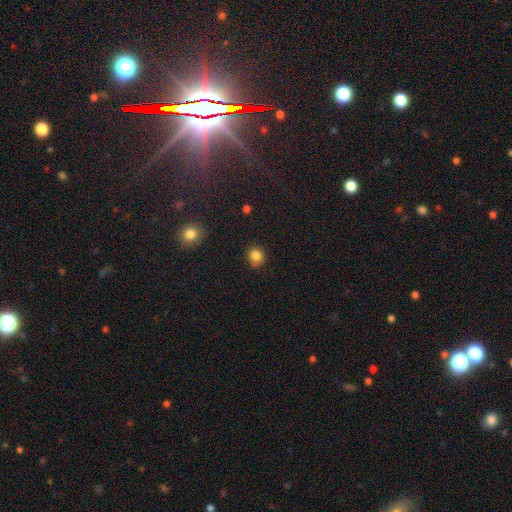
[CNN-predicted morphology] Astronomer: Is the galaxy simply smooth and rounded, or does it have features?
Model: smooth — 84%.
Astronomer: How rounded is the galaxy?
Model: round — 85%.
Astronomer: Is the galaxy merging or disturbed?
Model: none — 86%.